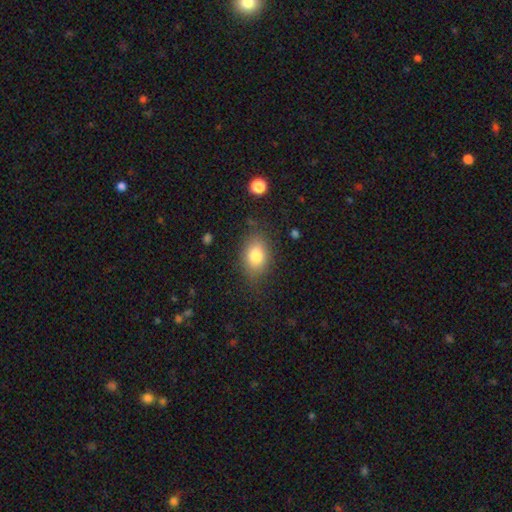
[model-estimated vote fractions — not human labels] A smooth galaxy with no disk features (80%) that is in between round and cigar-shaped (76%).

Vote fractions:
- Smooth or featured? smooth: 80% / featured or disk: 10% / star or artifact: 9%
- How rounded? in between: 76% / round: 23% / cigar-shaped: 1%
- Merging? none: 79% / minor disturbance: 15% / major disturbance: 4% / merger: 2%